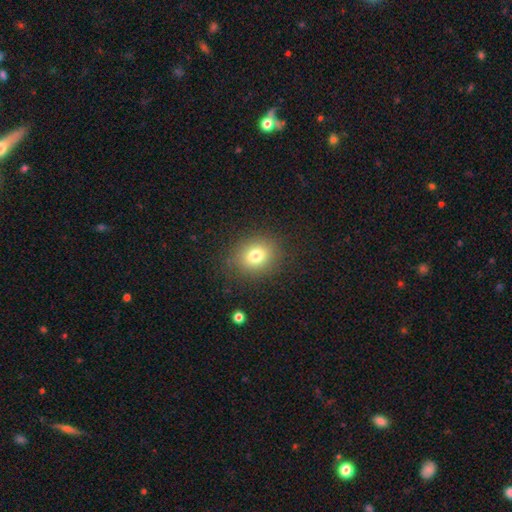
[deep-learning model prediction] This is likely a smooth galaxy (78%). How rounded: possibly round (57%). Merging: clearly none (85%).